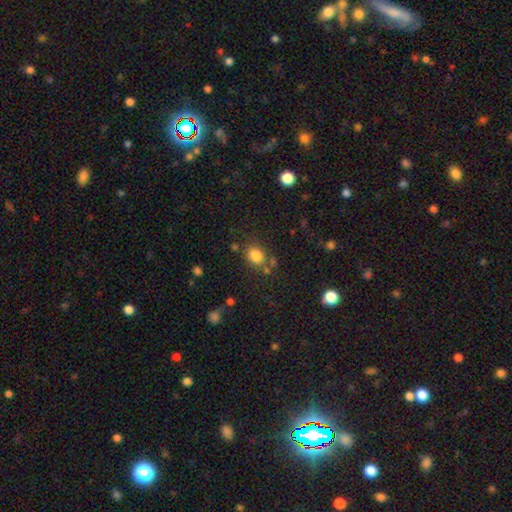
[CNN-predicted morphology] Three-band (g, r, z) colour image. It shows a smooth galaxy with no disk features (82%) that is in between round and cigar-shaped (51%). Merging: none (70%).